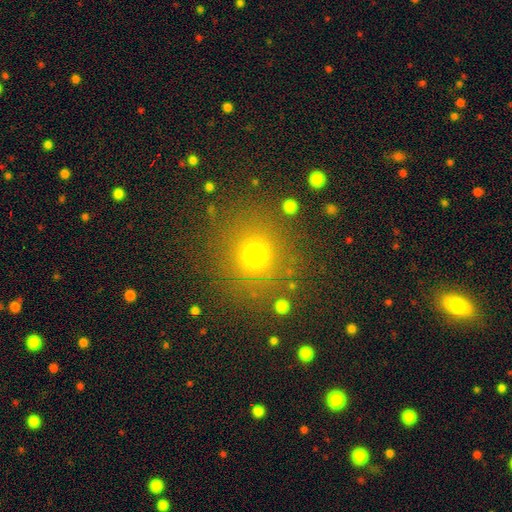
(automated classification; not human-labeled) smooth-or-featured: smooth: 68% | star or artifact: 24% | featured or disk: 8%
  how-rounded: round: 92% | in between: 7% | cigar-shaped: 1%
  merging: none: 86% | minor disturbance: 8% | major disturbance: 4% | merger: 2%